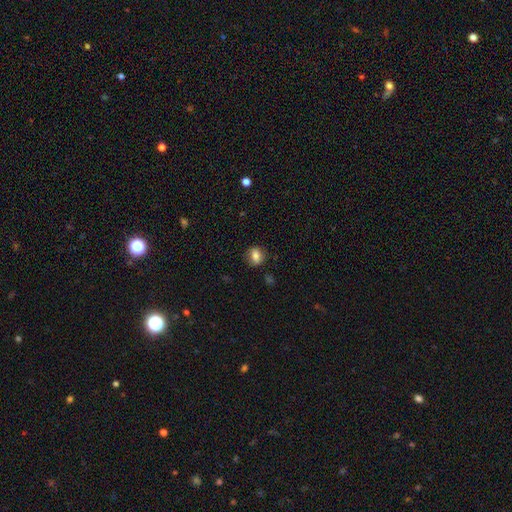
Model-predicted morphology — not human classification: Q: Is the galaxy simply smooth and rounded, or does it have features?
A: smooth — 76%.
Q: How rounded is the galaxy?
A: in between — 57%.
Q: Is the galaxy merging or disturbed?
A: none — 81%.